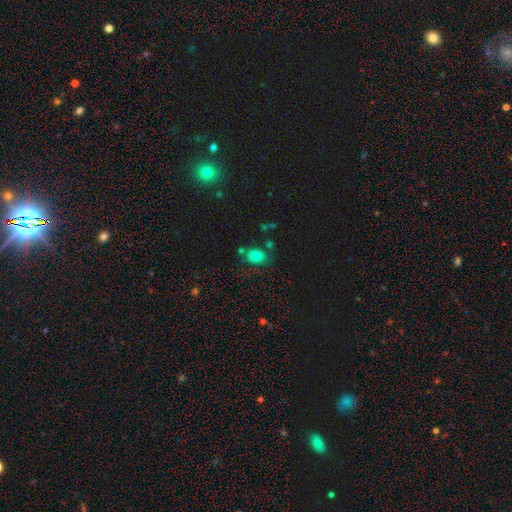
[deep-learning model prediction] The model was most divided on "how rounded": in between: 64%, round: 35%, cigar-shaped: 1%. More confident: smooth or featured — smooth (78%); merging — none (68%).